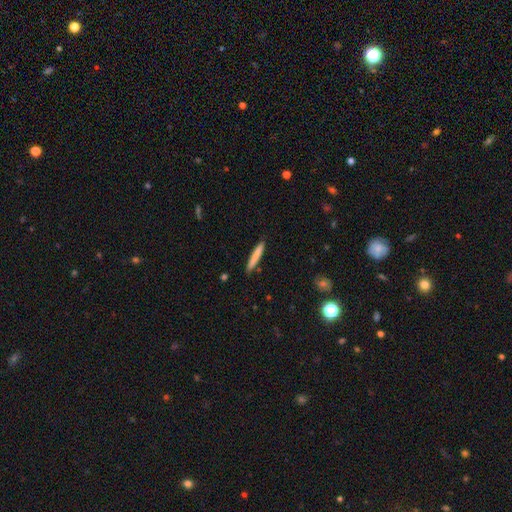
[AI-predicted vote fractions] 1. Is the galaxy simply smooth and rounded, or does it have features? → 78% smooth, 16% featured or disk, 6% star or artifact.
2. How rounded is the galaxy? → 95% cigar-shaped, 3% in between, 1% round.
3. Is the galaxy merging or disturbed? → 90% none, 7% minor disturbance, 1% major disturbance, 1% merger.